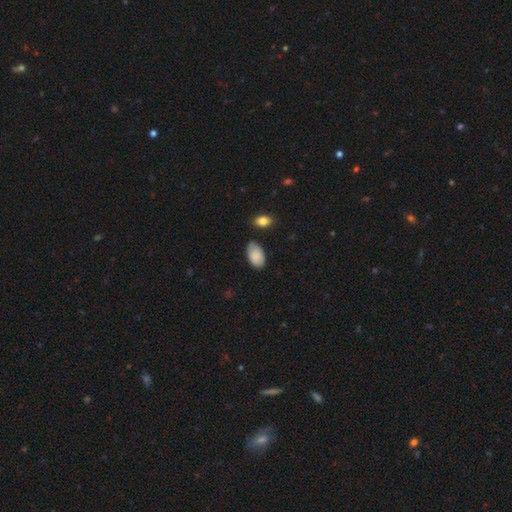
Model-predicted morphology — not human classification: smooth-or-featured: smooth: 87% | featured or disk: 7% | star or artifact: 6%
  how-rounded: in between: 95% | round: 4% | cigar-shaped: 1%
  merging: none: 73% | minor disturbance: 20% | major disturbance: 3% | merger: 3%